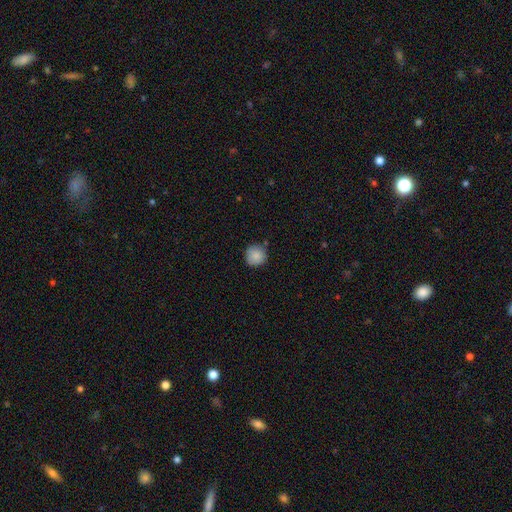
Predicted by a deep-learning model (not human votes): Overall: smooth (87%). How rounded: round (94%). Merging: none (81%).